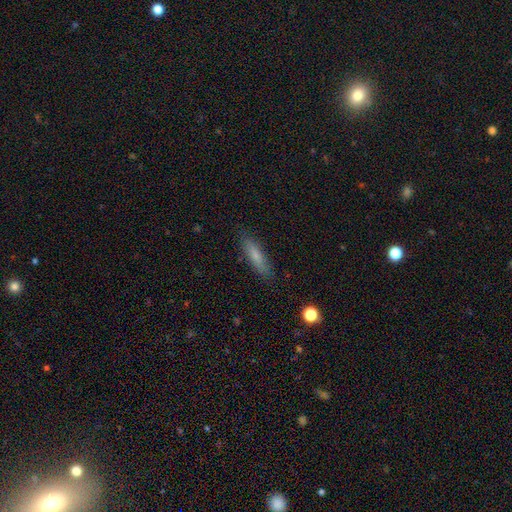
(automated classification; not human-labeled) smooth_or_featured: smooth (p=0.75) [alt: featured or disk p=0.18]
how_rounded: cigar-shaped (p=0.71) [alt: in between p=0.27]
merging: none (p=0.85) [alt: minor disturbance p=0.11]